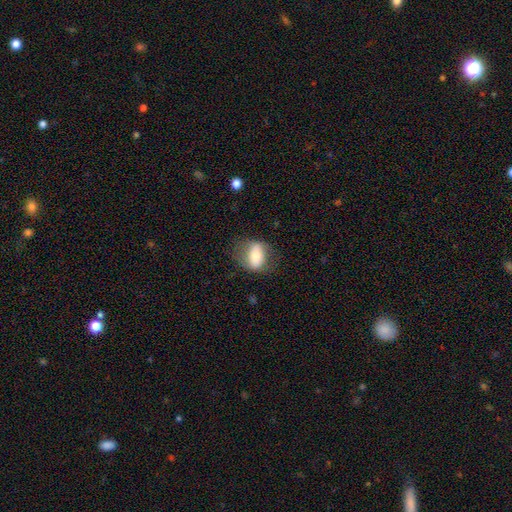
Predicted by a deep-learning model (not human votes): smooth_or_featured: smooth (p=0.61) [alt: featured or disk p=0.32]
how_rounded: in between (p=0.76) [alt: round p=0.20]
merging: none (p=0.67) [alt: minor disturbance p=0.20]